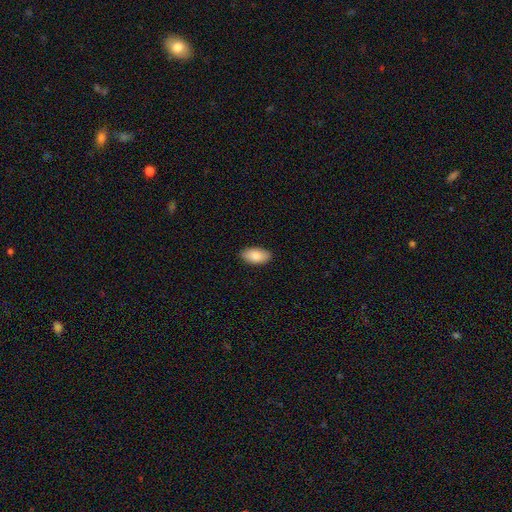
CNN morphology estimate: This appears to be a smooth galaxy with no disk features (86%) that is in between round and cigar-shaped (95%). Merging: none (88%).